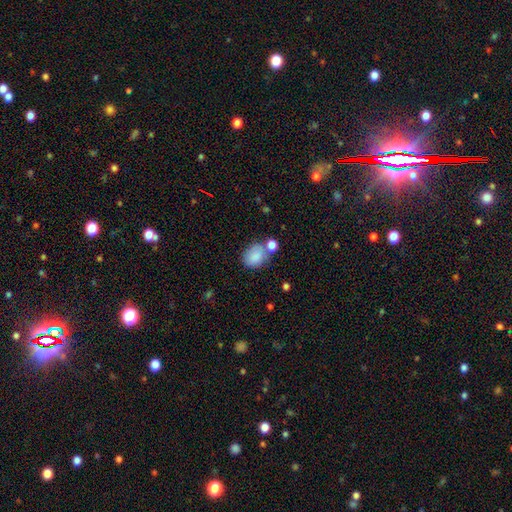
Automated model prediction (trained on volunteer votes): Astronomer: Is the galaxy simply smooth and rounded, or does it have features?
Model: smooth — 82%.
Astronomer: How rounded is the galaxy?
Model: in between — 56% (runner-up: round, 43%).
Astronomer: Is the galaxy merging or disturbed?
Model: none — 49% (runner-up: merger, 25%).